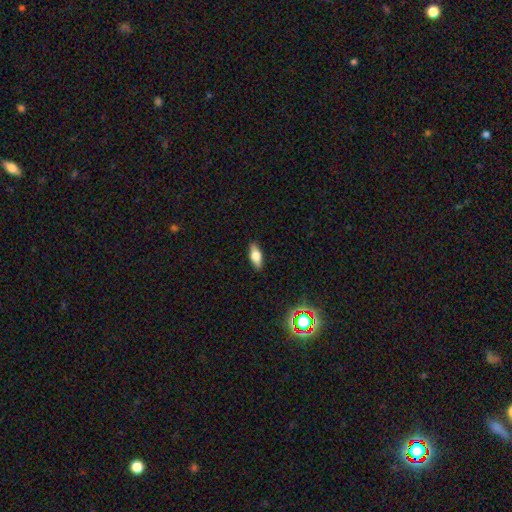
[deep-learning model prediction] This is likely a smooth galaxy (64%). How rounded: likely in between (75%). Merging: clearly none (88%).